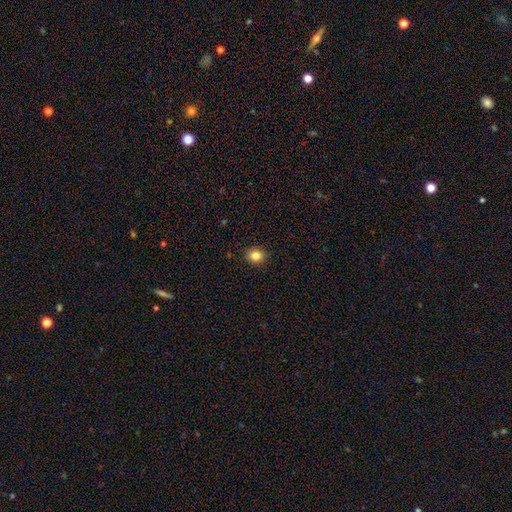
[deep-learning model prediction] Smooth or featured: smooth — 83% (star or artifact — 11%)
How rounded: round — 79% (in between — 21%)
Merging: none — 91% (minor disturbance — 6%)